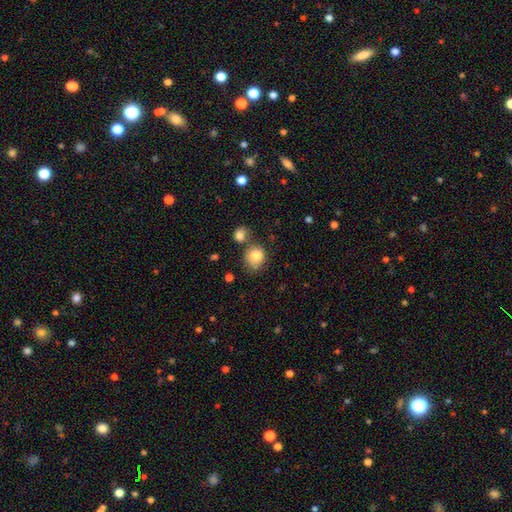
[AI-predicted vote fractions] Q: Smooth or featured?
A: smooth (82%); runner-up: star or artifact (9%)
Q: How rounded?
A: round (75%); runner-up: in between (24%)
Q: Merging?
A: none (55%); runner-up: merger (21%)